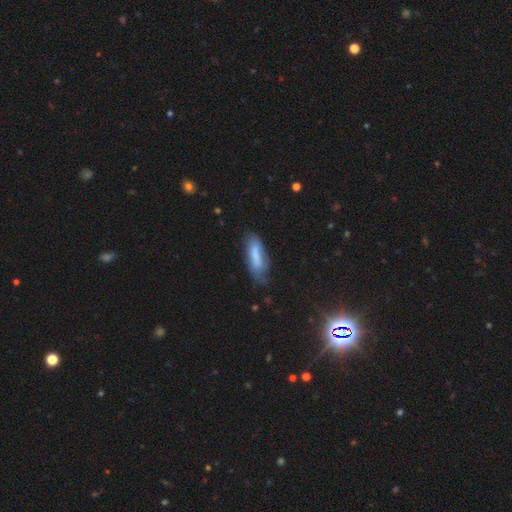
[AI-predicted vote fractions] This is likely a smooth galaxy (71%). How rounded: possibly in between (53%). Merging: possibly none (57%).